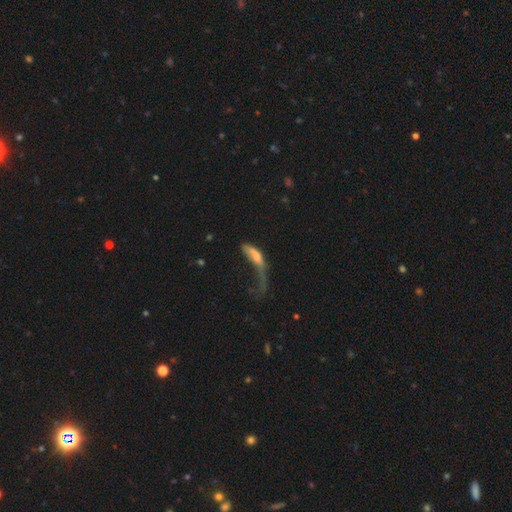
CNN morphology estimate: Smooth or featured? Predicted: smooth (p=0.58). How rounded? Predicted: cigar-shaped (p=0.50). Merging? Predicted: major disturbance (p=0.67).